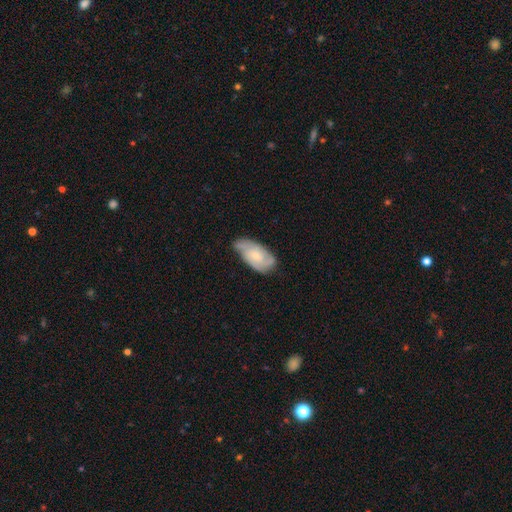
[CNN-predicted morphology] This is possibly a featured or disk galaxy (58%). It is clearly not viewed edge-on (94%). Bar: likely no (72%). Spiral arm pattern: clearly yes (88%). Central bulge: possibly small (58%). Merging: possibly none (58%).